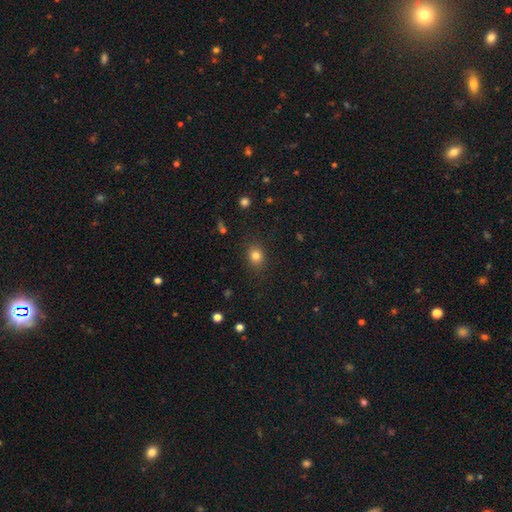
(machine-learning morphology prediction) This appears to be a smooth galaxy with no disk features (81%) that is round (67%). Merging: none (86%).